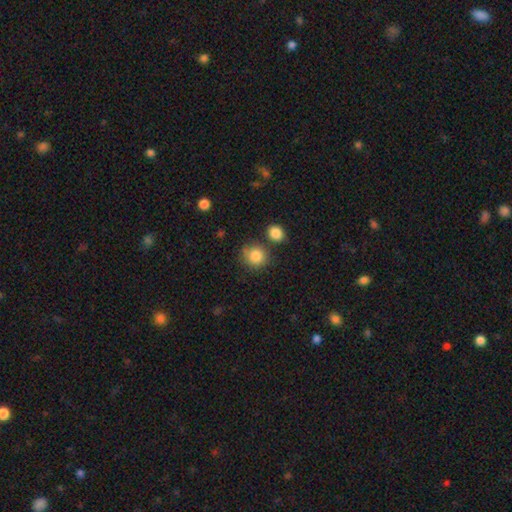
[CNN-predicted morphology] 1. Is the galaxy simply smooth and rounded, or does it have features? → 85% smooth, 9% star or artifact, 6% featured or disk.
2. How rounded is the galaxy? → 86% round, 13% in between, 1% cigar-shaped.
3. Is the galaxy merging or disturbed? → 73% none, 13% minor disturbance, 10% merger, 4% major disturbance.